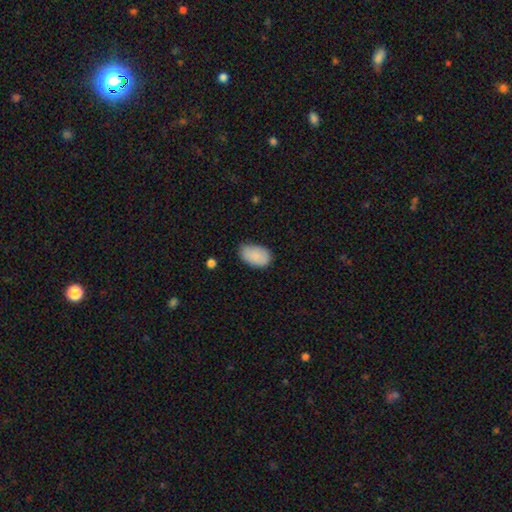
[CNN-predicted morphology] A smooth galaxy with no disk features (88%) that is in between round and cigar-shaped (93%).

Vote fractions:
- Smooth or featured? smooth: 88% / star or artifact: 7% / featured or disk: 5%
- How rounded? in between: 93% / round: 6% / cigar-shaped: 1%
- Merging? none: 65% / minor disturbance: 28% / major disturbance: 5% / merger: 2%